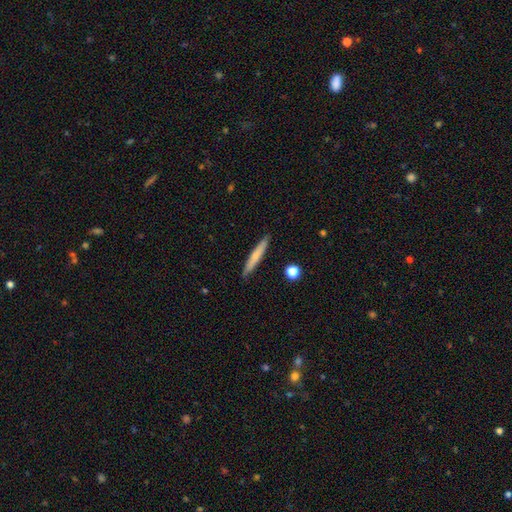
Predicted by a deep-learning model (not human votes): Overall: smooth (63%; featured or disk 31%). How rounded: cigar-shaped (95%). Merging: none (89%).